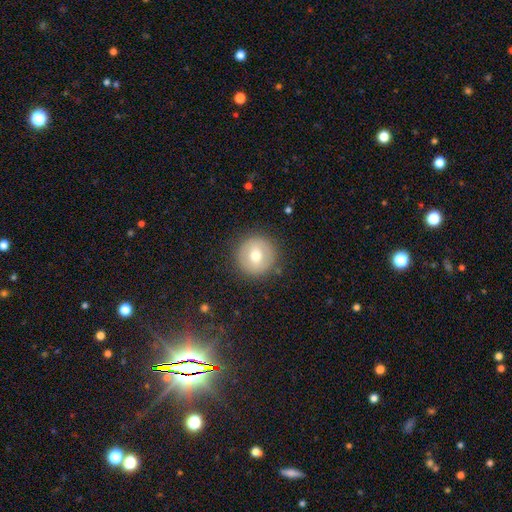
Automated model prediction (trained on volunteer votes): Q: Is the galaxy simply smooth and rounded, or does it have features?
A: smooth — 66%.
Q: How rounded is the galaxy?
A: round — 95%.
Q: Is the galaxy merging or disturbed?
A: none — 89%.